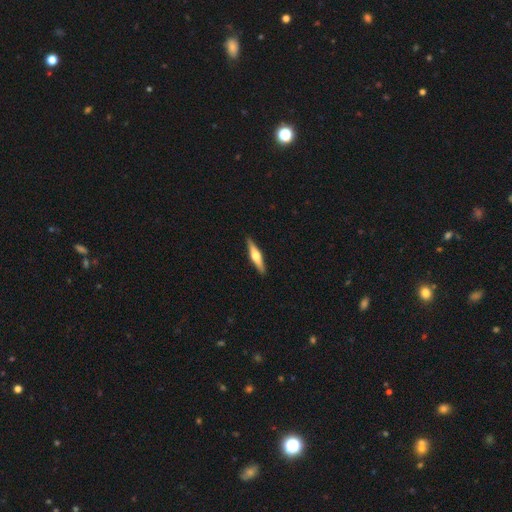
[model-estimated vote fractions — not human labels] Smooth or featured?
  - featured or disk: 64% *
  - smooth: 31%
  - star or artifact: 5%
Edge-on disk?
  - yes: 97% *
  - no: 3%
Edge-on bulge?
  - rounded: 93% *
  - boxy: 5%
  - none: 2%
Merging?
  - none: 91% *
  - minor disturbance: 6%
  - major disturbance: 1%
  - merger: 1%